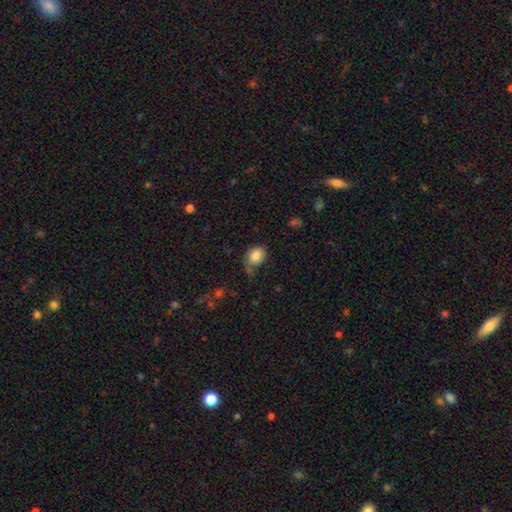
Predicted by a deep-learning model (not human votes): smooth_or_featured: smooth (p=0.84) [alt: star or artifact p=0.09]
how_rounded: in between (p=0.55) [alt: round p=0.44]
merging: none (p=0.59) [alt: minor disturbance p=0.25]